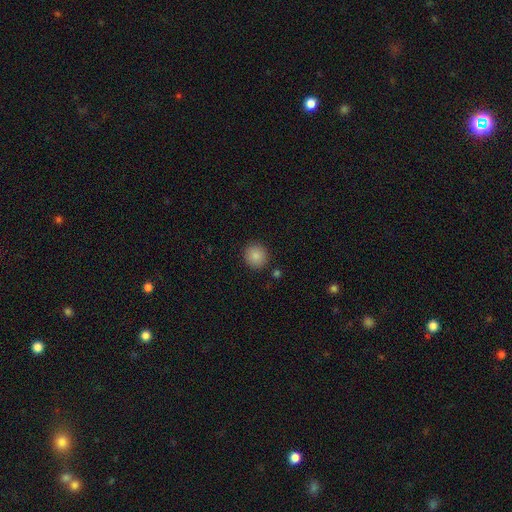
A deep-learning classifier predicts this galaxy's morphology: smooth 87%, star or artifact 9%, featured or disk 4%. Down the decision tree: how rounded — round (92%); merging — none (90%).